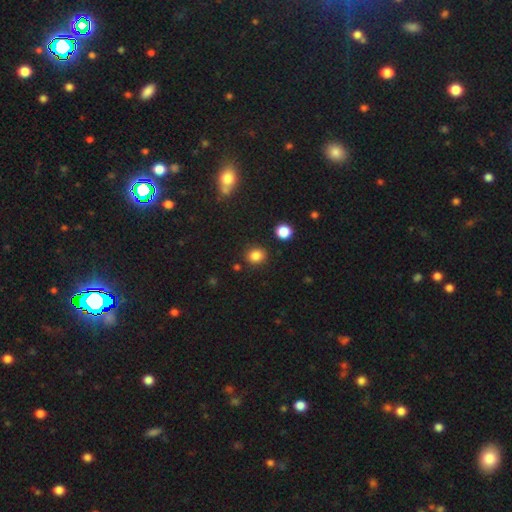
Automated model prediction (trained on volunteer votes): This appears to be a smooth galaxy with no disk features (84%) that is round (72%). Merging: none (87%).